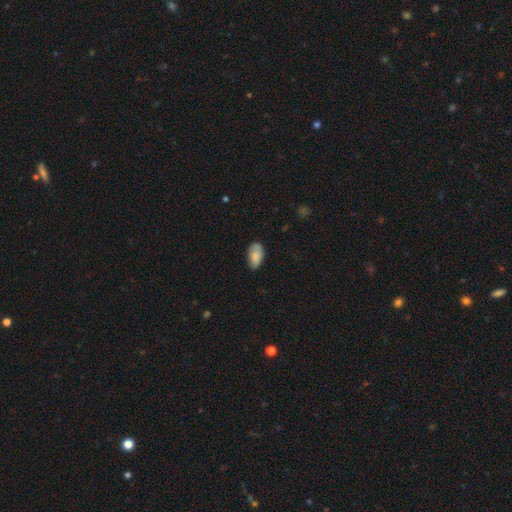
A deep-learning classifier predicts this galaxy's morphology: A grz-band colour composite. It shows a smooth galaxy with no disk features (82%) that is in between round and cigar-shaped (94%). Merging: none (70%).